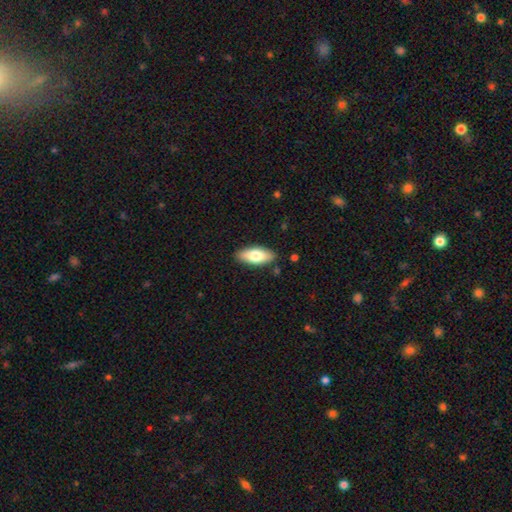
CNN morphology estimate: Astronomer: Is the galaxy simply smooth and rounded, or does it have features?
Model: smooth — 73%.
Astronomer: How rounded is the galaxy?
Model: in between — 83%.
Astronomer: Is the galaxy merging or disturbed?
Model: none — 87%.